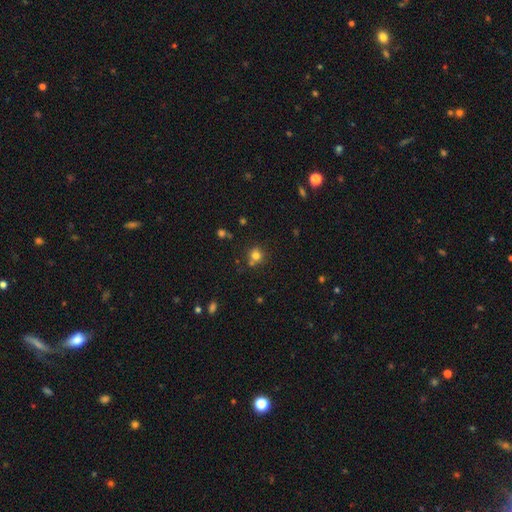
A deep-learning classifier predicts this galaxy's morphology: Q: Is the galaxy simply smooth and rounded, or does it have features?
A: smooth — 77%.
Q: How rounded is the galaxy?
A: round — 87%.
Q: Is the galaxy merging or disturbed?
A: none — 67%.